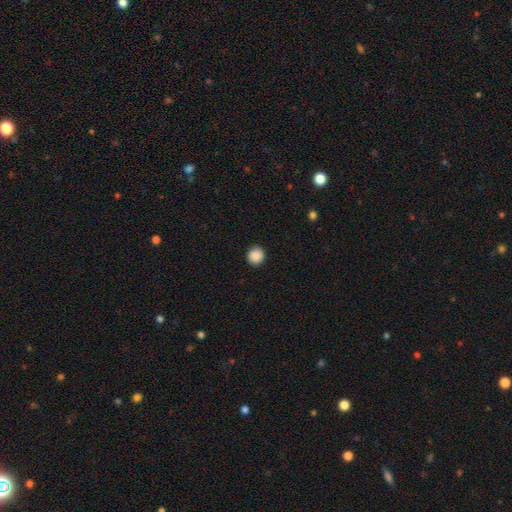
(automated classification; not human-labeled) Smooth or featured? smooth (89%)
How rounded? round (92%)
Merging? none (92%)